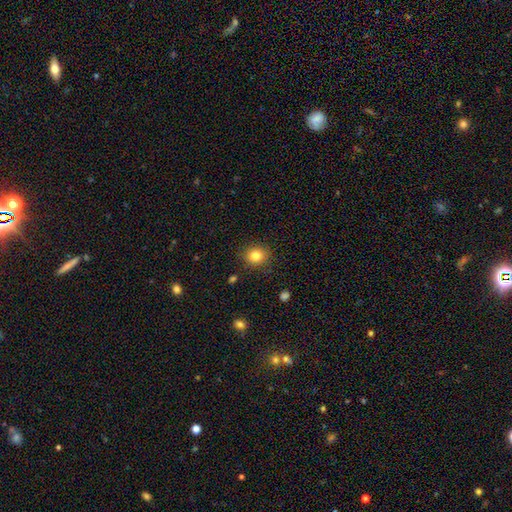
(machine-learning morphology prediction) This appears to be a smooth galaxy with no disk features (82%) that is round (78%). Merging: none (88%).